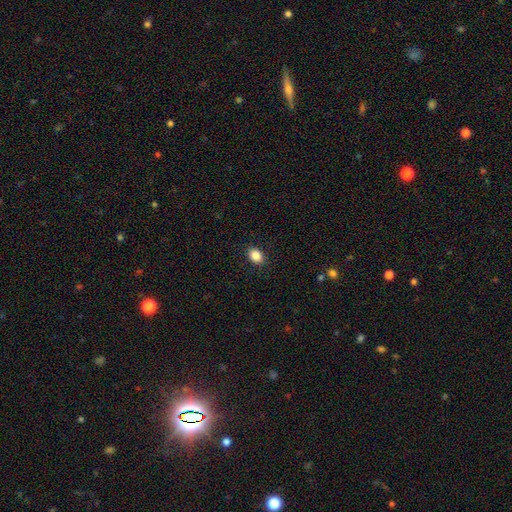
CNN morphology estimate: smooth_or_featured: smooth (p=0.87) [alt: star or artifact p=0.09]
how_rounded: in between (p=0.67) [alt: round p=0.32]
merging: none (p=0.89) [alt: minor disturbance p=0.08]